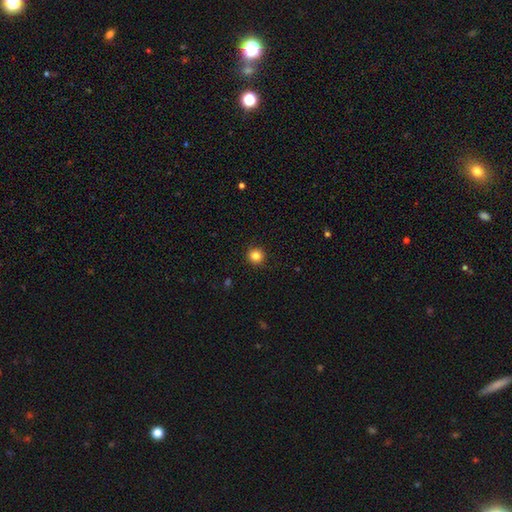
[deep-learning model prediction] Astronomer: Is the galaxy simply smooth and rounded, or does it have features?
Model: smooth — 84%.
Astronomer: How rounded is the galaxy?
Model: round — 94%.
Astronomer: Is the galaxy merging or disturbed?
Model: none — 92%.